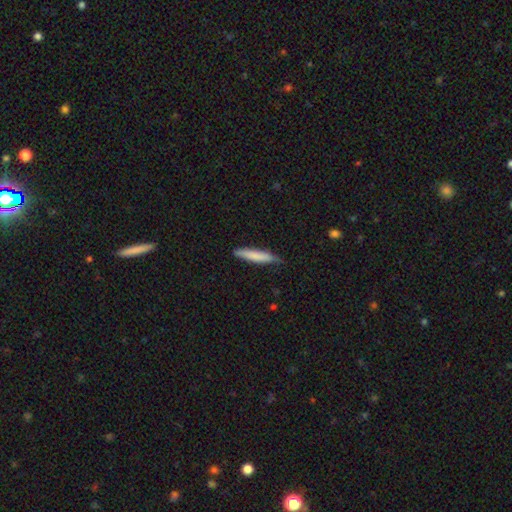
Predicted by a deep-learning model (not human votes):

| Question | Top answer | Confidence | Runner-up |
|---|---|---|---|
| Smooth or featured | smooth | 77% | featured or disk (18%) |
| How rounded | cigar-shaped | 90% | in between (9%) |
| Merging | none | 75% | minor disturbance (21%) |